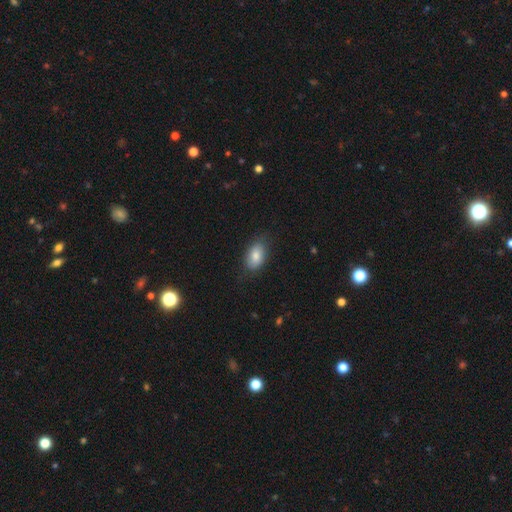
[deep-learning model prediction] This appears to be a smooth galaxy with no disk features (80%) that is in between round and cigar-shaped (90%). Merging: none (78%).